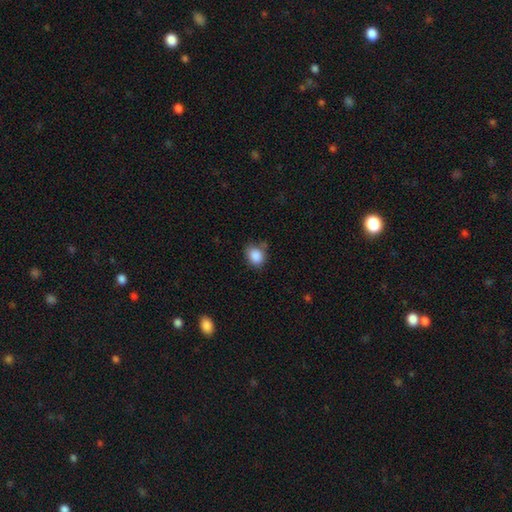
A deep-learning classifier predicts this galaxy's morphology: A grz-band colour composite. It shows a smooth galaxy with no disk features (87%) that is in between round and cigar-shaped (51%). Merging: none (67%).